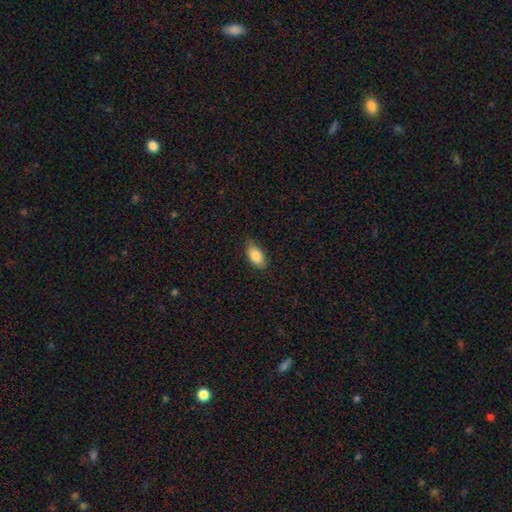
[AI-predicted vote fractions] This appears to be a smooth galaxy with no disk features (85%) that is in between round and cigar-shaped (91%). Merging: none (81%).